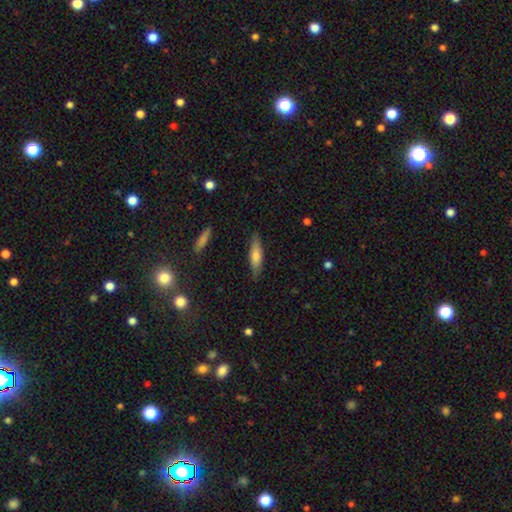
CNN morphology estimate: type=smooth (62%); roundness=cigar-shaped (72%); merging=none (86%).